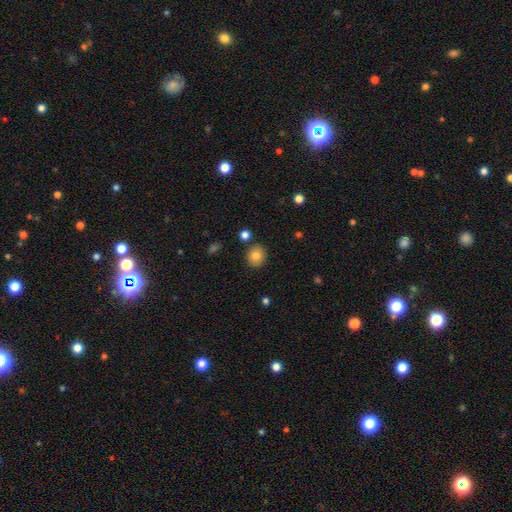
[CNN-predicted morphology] Smooth or featured?
  - smooth: 82% *
  - star or artifact: 10%
  - featured or disk: 8%
How rounded?
  - round: 84% *
  - in between: 15%
  - cigar-shaped: 1%
Merging?
  - none: 87% *
  - minor disturbance: 7%
  - merger: 3%
  - major disturbance: 2%